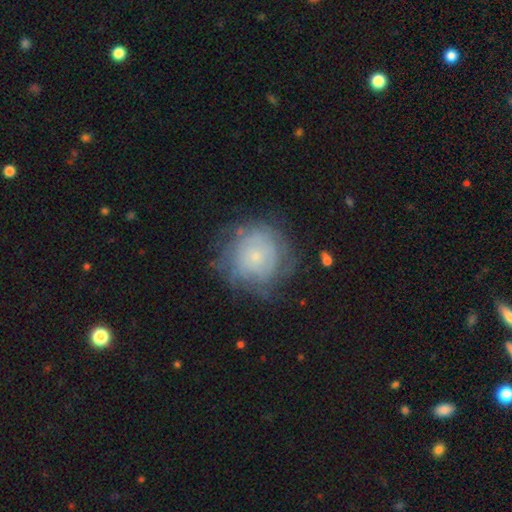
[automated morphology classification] A featured or disk galaxy (54%) with no bar (87%), spiral arms (66%) and a small central bulge (82%). Merging: none (67%).